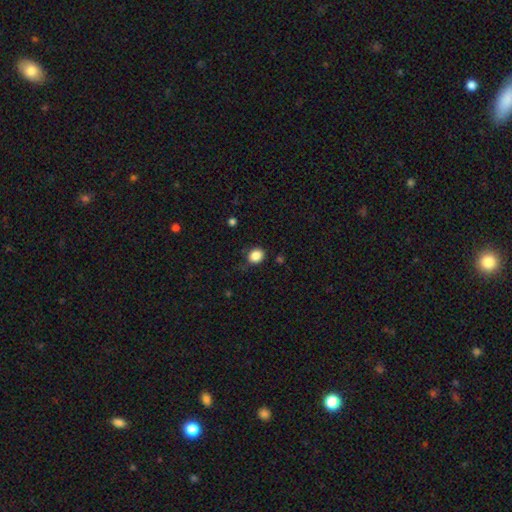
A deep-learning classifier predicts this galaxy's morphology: smooth-or-featured: smooth: 86% | star or artifact: 10% | featured or disk: 4%
  how-rounded: round: 60% | in between: 39% | cigar-shaped: 1%
  merging: none: 81% | minor disturbance: 14% | major disturbance: 3% | merger: 2%